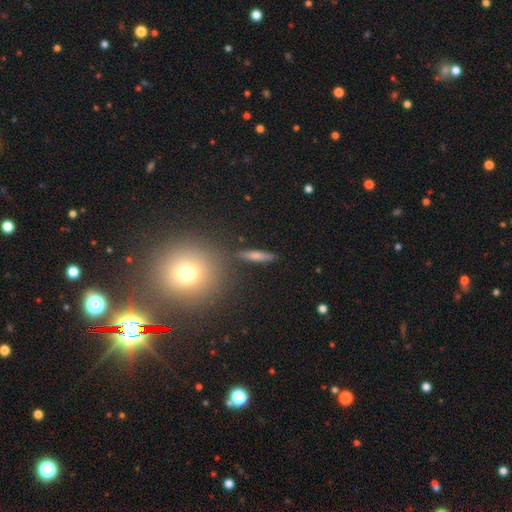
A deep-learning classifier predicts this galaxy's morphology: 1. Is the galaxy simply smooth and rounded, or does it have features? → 46% star or artifact, 35% smooth, 19% featured or disk.